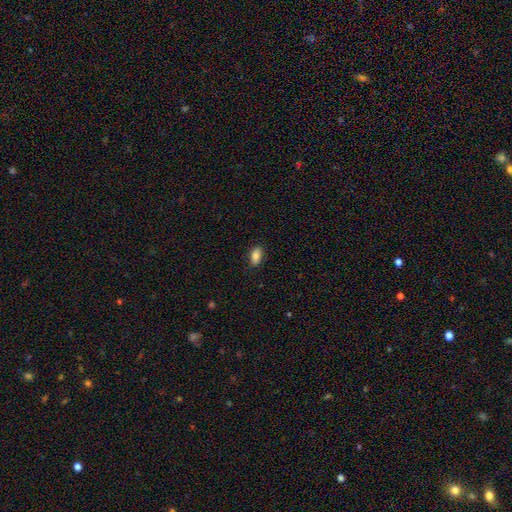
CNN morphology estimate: smooth 85%, star or artifact 8%, featured or disk 7%. Down the decision tree: how rounded — in between (90%); merging — none (85%).